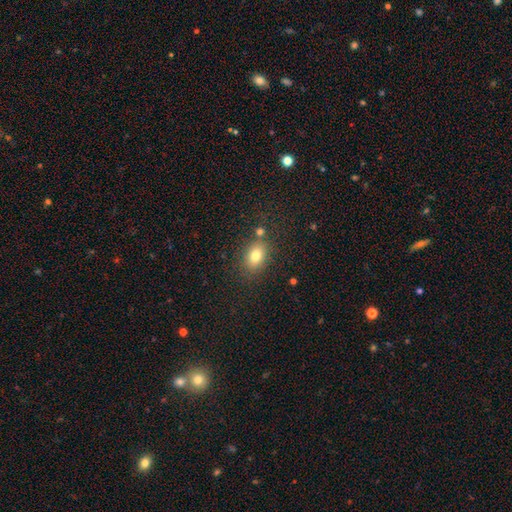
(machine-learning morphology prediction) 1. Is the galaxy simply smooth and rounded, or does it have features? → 79% smooth, 11% star or artifact, 10% featured or disk.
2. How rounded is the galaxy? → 76% in between, 23% round, 2% cigar-shaped.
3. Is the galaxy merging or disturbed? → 75% none, 12% minor disturbance, 8% merger, 4% major disturbance.